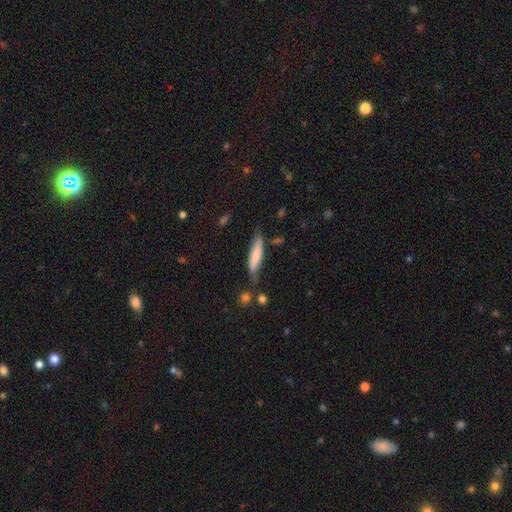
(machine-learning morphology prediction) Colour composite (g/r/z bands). It shows a smooth galaxy with no disk features (72%) that is cigar-shaped (77%). Merging: none (65%).